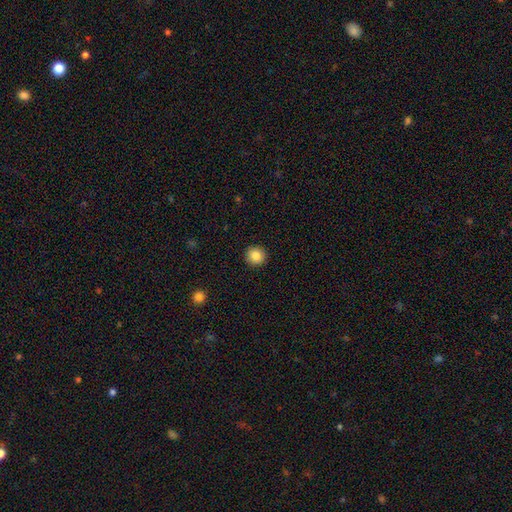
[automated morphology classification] Q: Smooth or featured?
A: smooth (85%); runner-up: star or artifact (10%)
Q: How rounded?
A: round (93%); runner-up: in between (6%)
Q: Merging?
A: none (92%); runner-up: minor disturbance (5%)